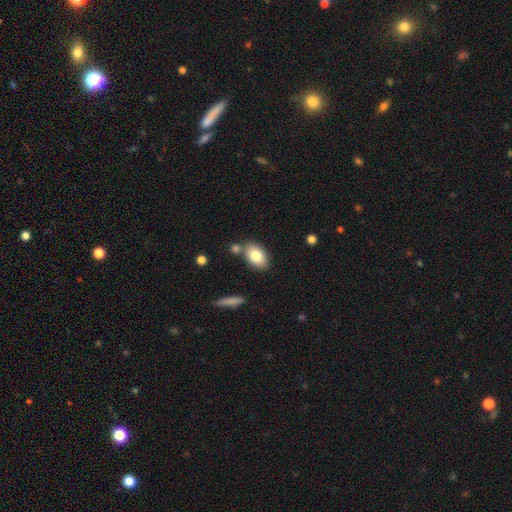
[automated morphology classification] smooth-or-featured: smooth: 81% | featured or disk: 12% | star or artifact: 7%
  how-rounded: in between: 90% | round: 8% | cigar-shaped: 2%
  merging: none: 70% | merger: 14% | minor disturbance: 12% | major disturbance: 3%